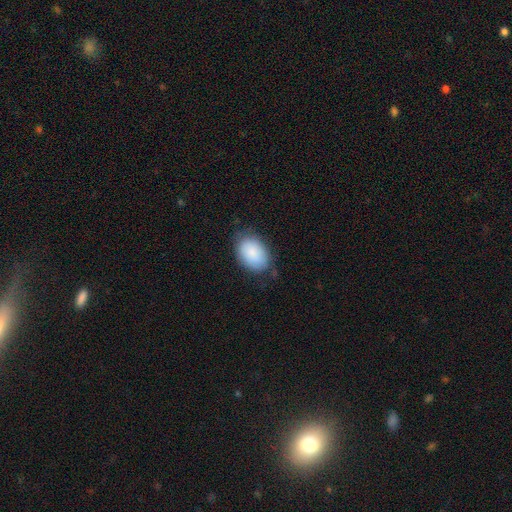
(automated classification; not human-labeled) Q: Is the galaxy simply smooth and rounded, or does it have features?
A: smooth — 87%.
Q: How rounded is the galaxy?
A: in between — 86%.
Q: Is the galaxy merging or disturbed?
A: none — 72%.